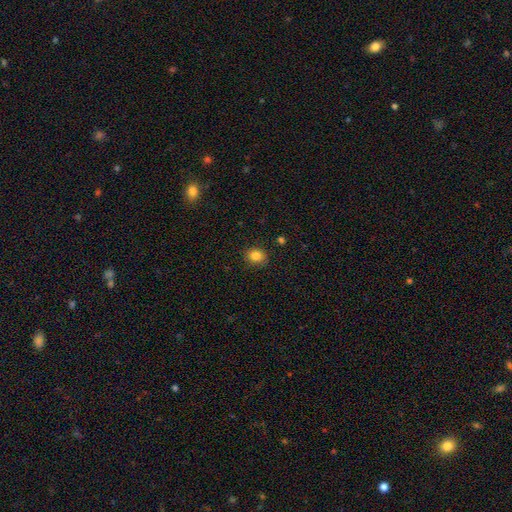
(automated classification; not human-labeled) Q: Smooth or featured?
A: smooth (84%); runner-up: star or artifact (11%)
Q: How rounded?
A: round (74%); runner-up: in between (25%)
Q: Merging?
A: none (85%); runner-up: minor disturbance (11%)